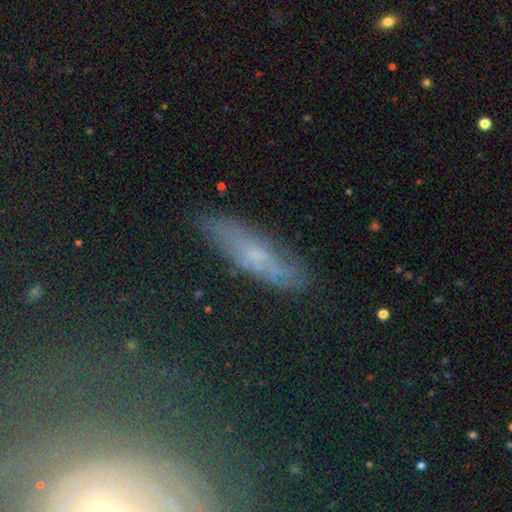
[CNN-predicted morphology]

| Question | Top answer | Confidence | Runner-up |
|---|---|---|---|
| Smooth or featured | featured or disk | 44% | smooth (42%) |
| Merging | none | 78% | minor disturbance (16%) |